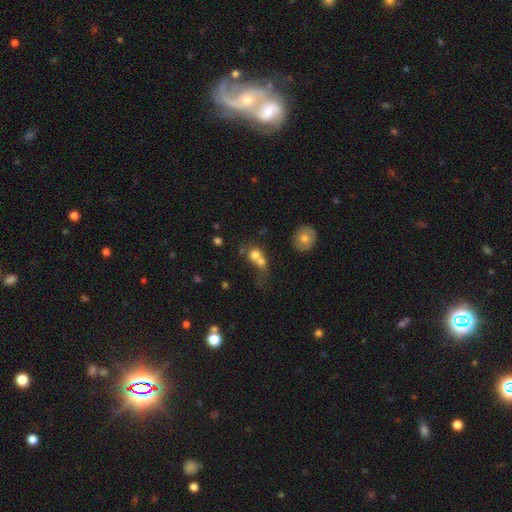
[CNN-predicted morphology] This appears to be a smooth galaxy with no disk features (70%) that is round (73%). Merging: merger (59%).